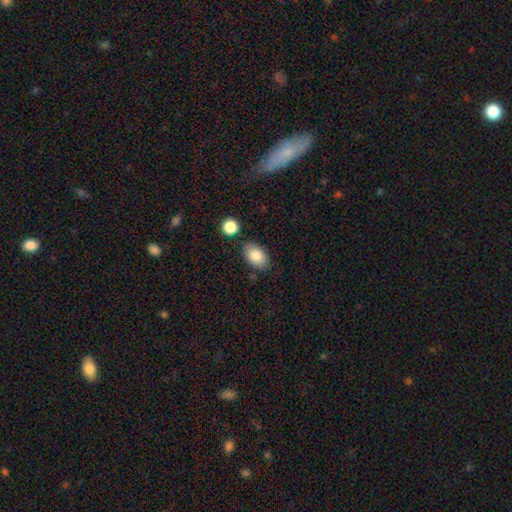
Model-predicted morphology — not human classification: Q: Smooth or featured?
A: smooth (85%); runner-up: featured or disk (8%)
Q: How rounded?
A: in between (90%); runner-up: round (8%)
Q: Merging?
A: none (80%); runner-up: minor disturbance (13%)